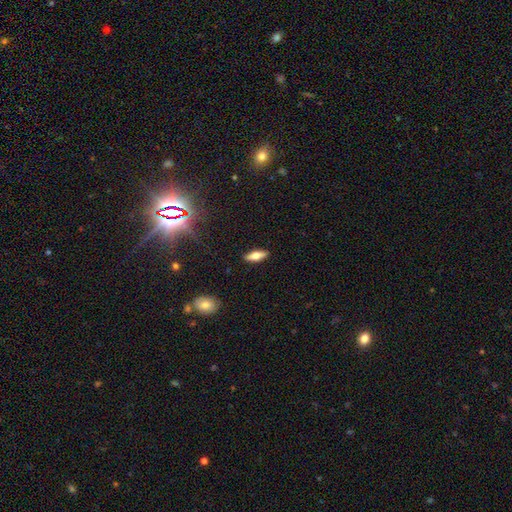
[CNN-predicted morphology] Smooth or featured: smooth — 58% (featured or disk — 33%)
How rounded: in between — 60% (cigar-shaped — 37%)
Merging: none — 89% (minor disturbance — 8%)